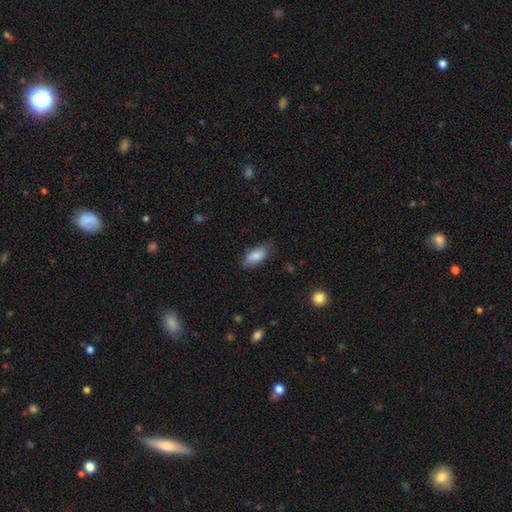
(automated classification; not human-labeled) smooth_or_featured: smooth (p=0.84) [alt: featured or disk p=0.09]
how_rounded: in between (p=0.88) [alt: cigar-shaped p=0.09]
merging: none (p=0.75) [alt: minor disturbance p=0.20]